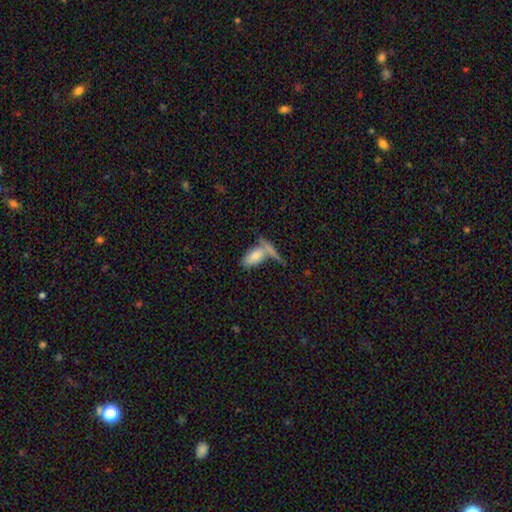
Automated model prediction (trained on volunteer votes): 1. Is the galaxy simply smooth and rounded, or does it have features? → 76% smooth, 16% featured or disk, 8% star or artifact.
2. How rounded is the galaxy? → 84% in between, 12% cigar-shaped, 3% round.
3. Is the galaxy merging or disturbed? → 40% merger, 38% none, 13% minor disturbance, 9% major disturbance.